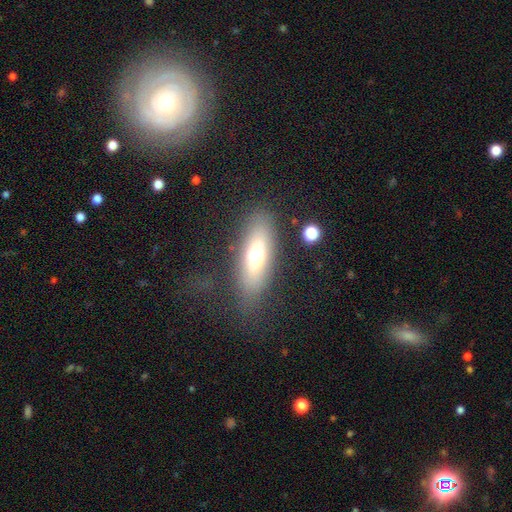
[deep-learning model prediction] Q: Smooth or featured?
A: smooth (59%); runner-up: featured or disk (30%)
Q: How rounded?
A: in between (64%); runner-up: cigar-shaped (30%)
Q: Merging?
A: none (77%); runner-up: minor disturbance (13%)